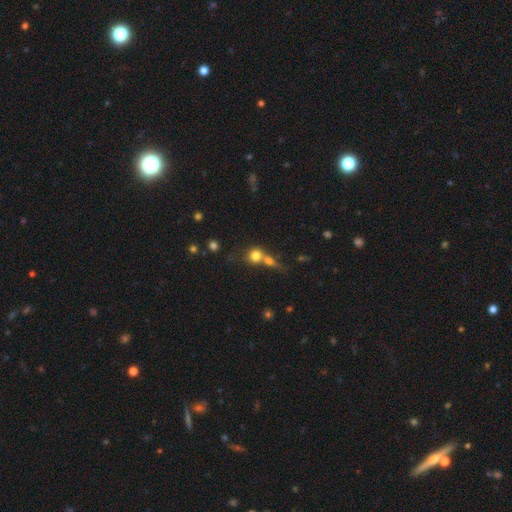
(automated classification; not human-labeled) The model was most divided on "merging": merger: 59%, none: 30%, minor disturbance: 7%, major disturbance: 5%. More confident: how rounded — round (80%); smooth or featured — smooth (75%).